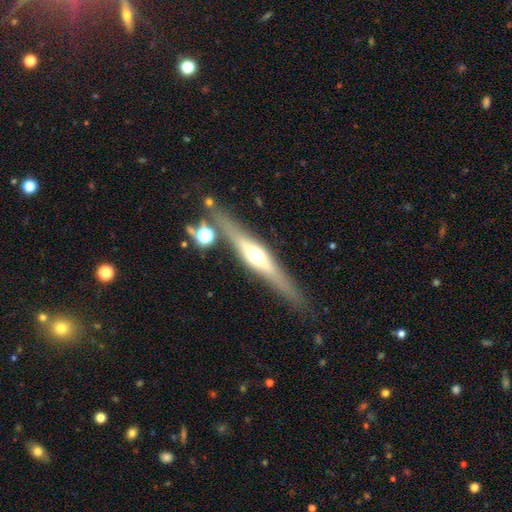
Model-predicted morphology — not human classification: Smooth or featured?
  - featured or disk: 70% *
  - smooth: 23%
  - star or artifact: 7%
Edge-on disk?
  - yes: 95% *
  - no: 5%
Edge-on bulge?
  - rounded: 92% *
  - boxy: 5%
  - none: 3%
Merging?
  - none: 82% *
  - minor disturbance: 10%
  - merger: 5%
  - major disturbance: 3%